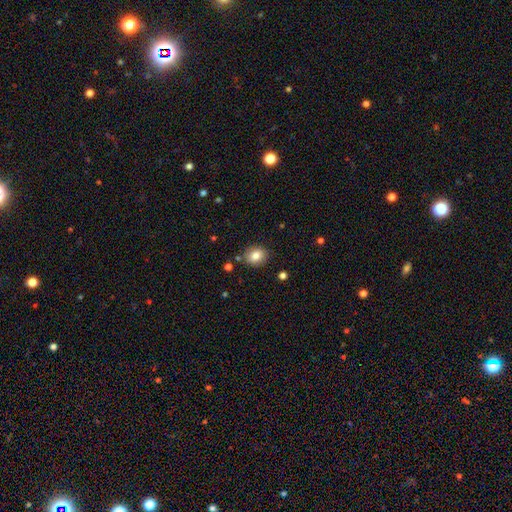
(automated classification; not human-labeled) Morphology: type=smooth (83%); roundness=round (64%); merging=none (86%).